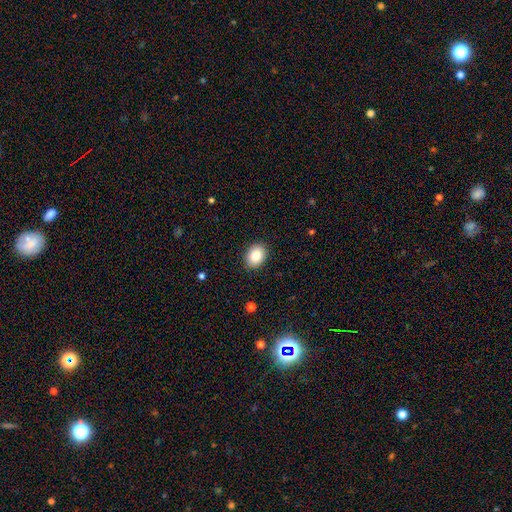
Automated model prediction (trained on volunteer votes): smooth_or_featured: smooth (p=0.85) [alt: star or artifact p=0.08]
how_rounded: in between (p=0.64) [alt: round p=0.36]
merging: none (p=0.90) [alt: minor disturbance p=0.07]